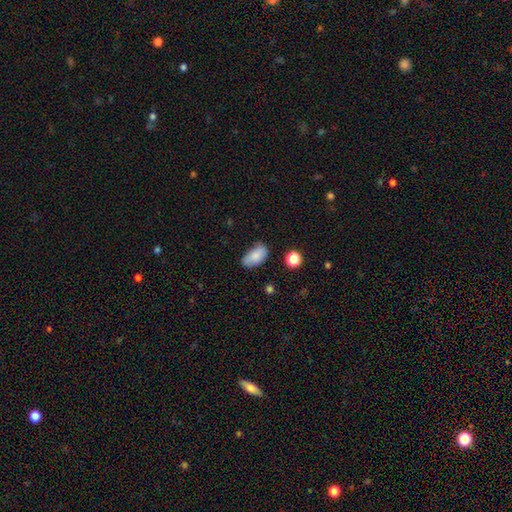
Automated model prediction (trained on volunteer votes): smooth 83%, featured or disk 9%, star or artifact 8%. Down the decision tree: how rounded — in between (93%); merging — none (69%).